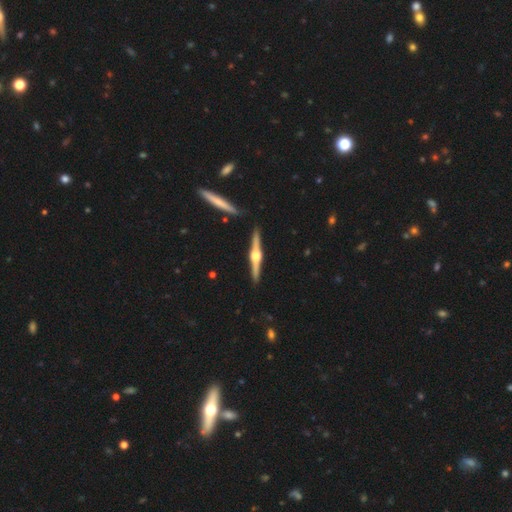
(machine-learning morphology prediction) This is clearly a featured or disk galaxy (84%). It is clearly viewed edge-on (99%). Edge-on bulge: clearly rounded (94%). Merging: clearly none (91%).